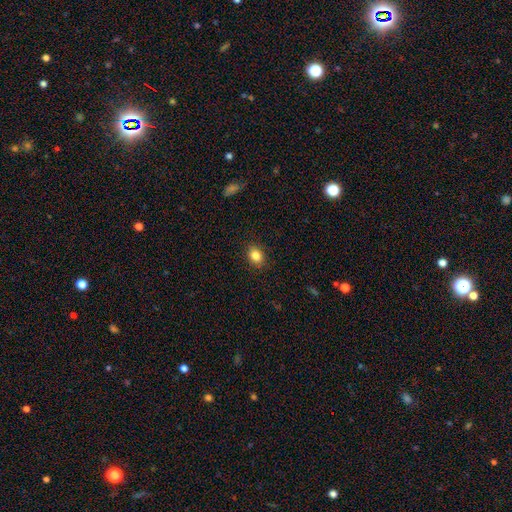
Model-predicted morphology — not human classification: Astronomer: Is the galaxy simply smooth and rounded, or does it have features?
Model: smooth — 84%.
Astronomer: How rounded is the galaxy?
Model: in between — 60% (runner-up: round, 39%).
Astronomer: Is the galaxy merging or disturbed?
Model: none — 89%.